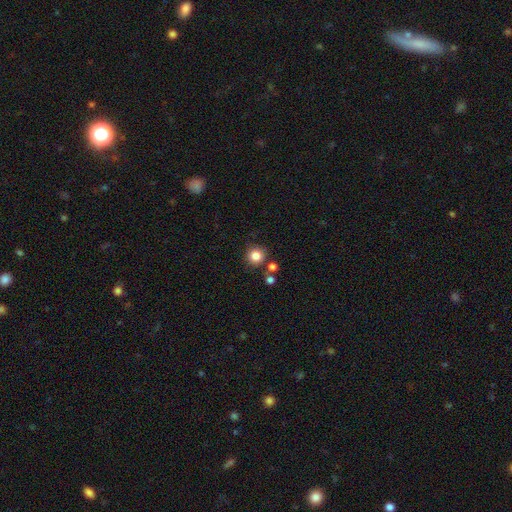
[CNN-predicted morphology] smooth_or_featured: smooth (p=0.84) [alt: star or artifact p=0.11]
how_rounded: round (p=0.92) [alt: in between p=0.07]
merging: none (p=0.79) [alt: minor disturbance p=0.09]